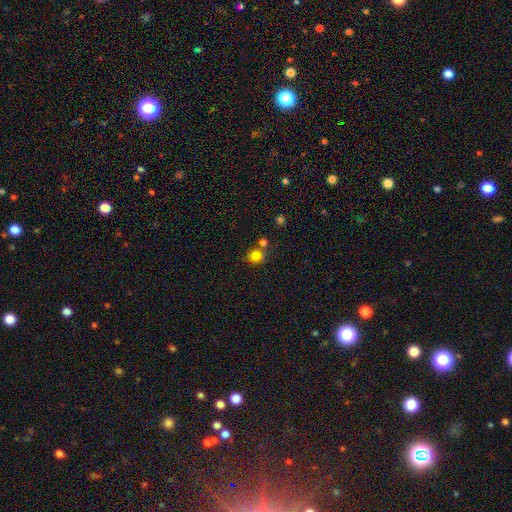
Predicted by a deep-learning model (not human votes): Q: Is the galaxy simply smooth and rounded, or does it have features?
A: smooth — 78%.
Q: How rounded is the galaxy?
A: round — 85%.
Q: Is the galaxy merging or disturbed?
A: none — 63%.